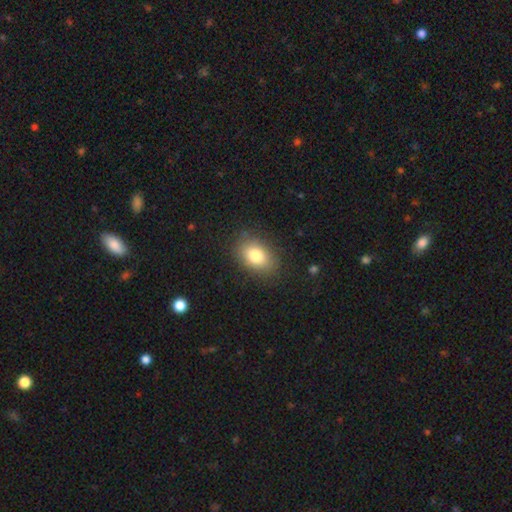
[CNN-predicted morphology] The model was most divided on "how rounded": in between: 83%, round: 16%, cigar-shaped: 1%. More confident: merging — none (84%); smooth or featured — smooth (80%).